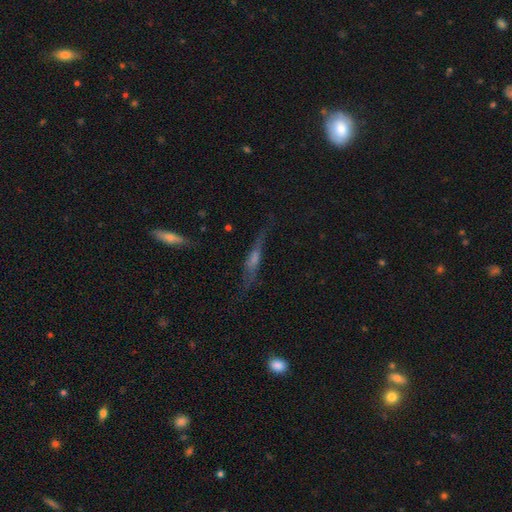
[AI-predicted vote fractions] Morphology: type=featured or disk (59%); edge-on=yes (85%); merging=none (70%).